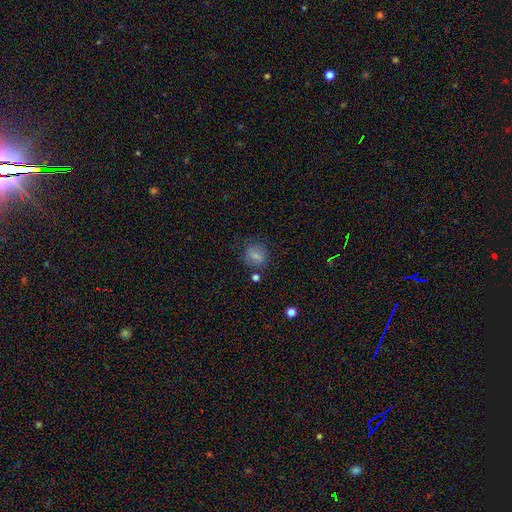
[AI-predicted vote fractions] A smooth galaxy with no disk features (69%) that is round (51%). Merging: none (69%).